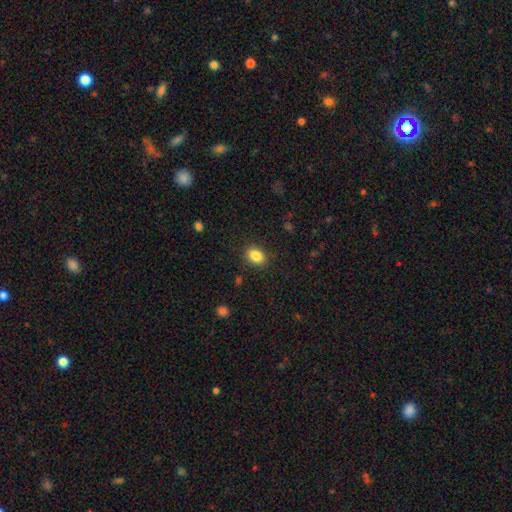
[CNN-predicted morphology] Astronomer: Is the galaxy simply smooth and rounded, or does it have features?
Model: smooth — 86%.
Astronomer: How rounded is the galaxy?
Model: in between — 74%.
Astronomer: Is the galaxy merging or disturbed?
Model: none — 86%.